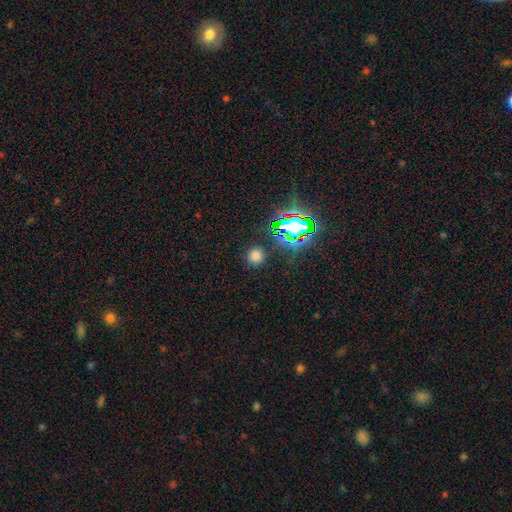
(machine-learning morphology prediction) Q: Smooth or featured?
A: smooth (69%); runner-up: star or artifact (25%)
Q: How rounded?
A: round (92%); runner-up: in between (7%)
Q: Merging?
A: none (87%); runner-up: minor disturbance (7%)